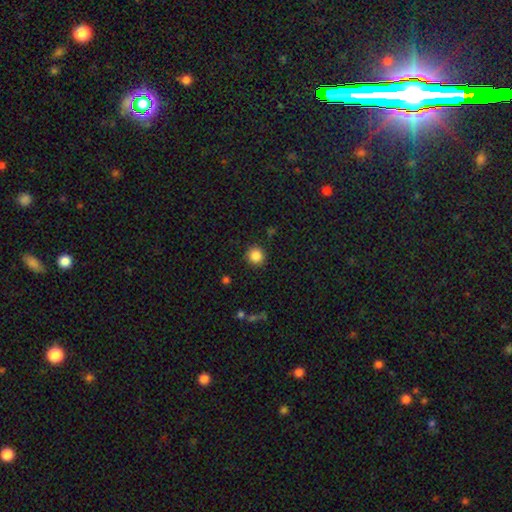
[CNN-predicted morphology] smooth 86%, star or artifact 11%, featured or disk 3%. Down the decision tree: how rounded — round (94%); merging — none (90%).